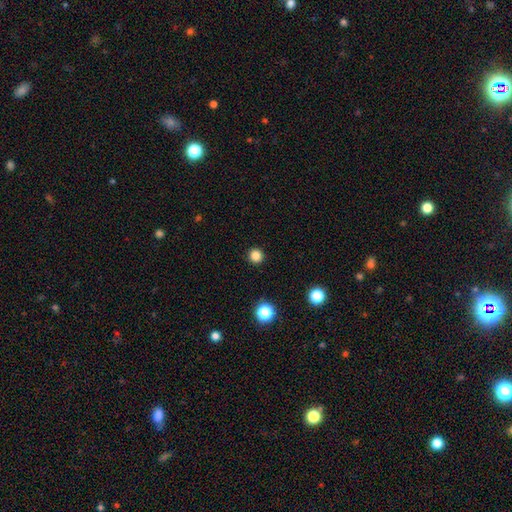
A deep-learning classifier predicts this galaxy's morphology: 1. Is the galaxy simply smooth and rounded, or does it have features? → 84% smooth, 13% star or artifact, 3% featured or disk.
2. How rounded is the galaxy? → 96% round, 3% in between, 1% cigar-shaped.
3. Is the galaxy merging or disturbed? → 93% none, 4% minor disturbance, 2% major disturbance, 1% merger.